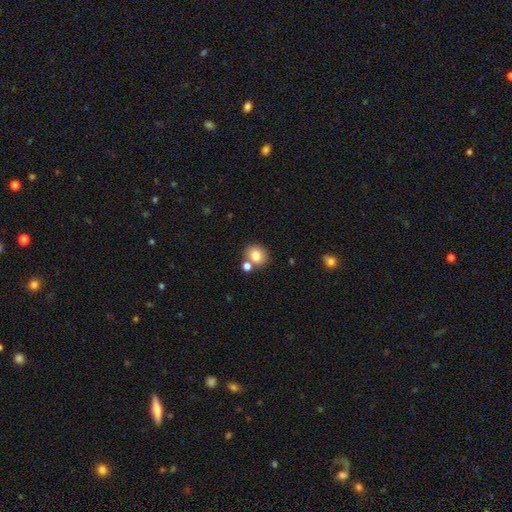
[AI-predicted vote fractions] smooth-or-featured: smooth: 80% | star or artifact: 11% | featured or disk: 9%
  how-rounded: round: 75% | in between: 24% | cigar-shaped: 1%
  merging: none: 65% | merger: 22% | minor disturbance: 10% | major disturbance: 3%